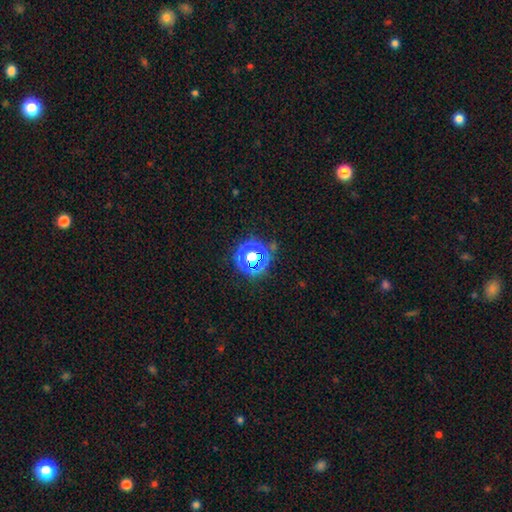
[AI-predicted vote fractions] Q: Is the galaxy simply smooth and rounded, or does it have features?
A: star or artifact — 72%.